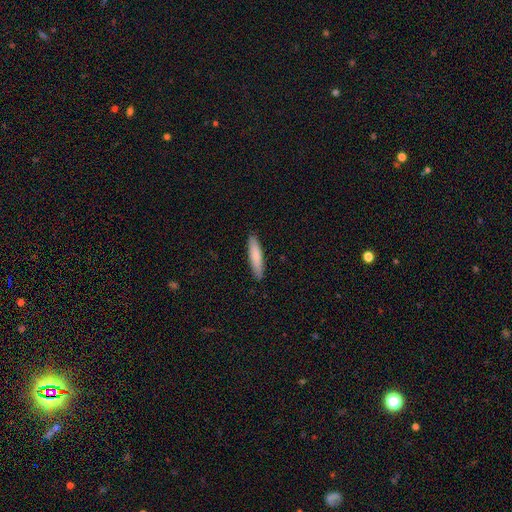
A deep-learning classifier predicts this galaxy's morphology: A smooth galaxy with no disk features (82%) that is cigar-shaped (83%). Merging: none (90%).